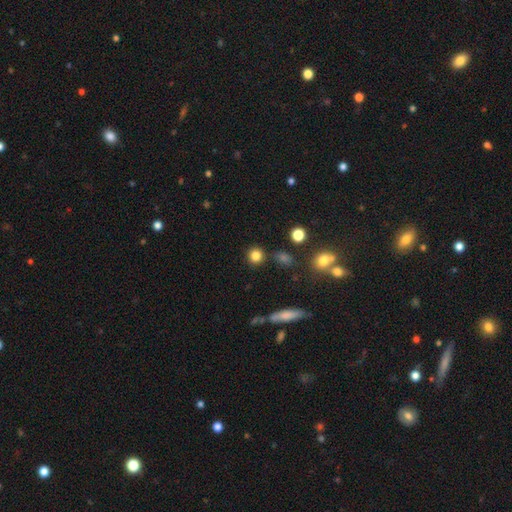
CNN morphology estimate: smooth 82%, star or artifact 12%, featured or disk 6%. Down the decision tree: how rounded — round (89%); merging — none (82%).